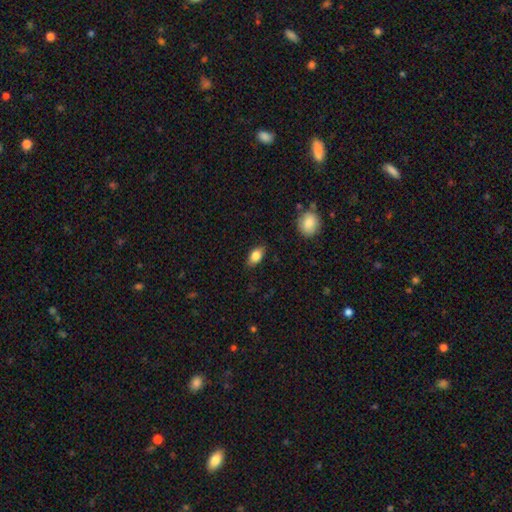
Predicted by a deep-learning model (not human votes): smooth 81%, featured or disk 11%, star or artifact 8%. Down the decision tree: how rounded — in between (85%); merging — none (82%).